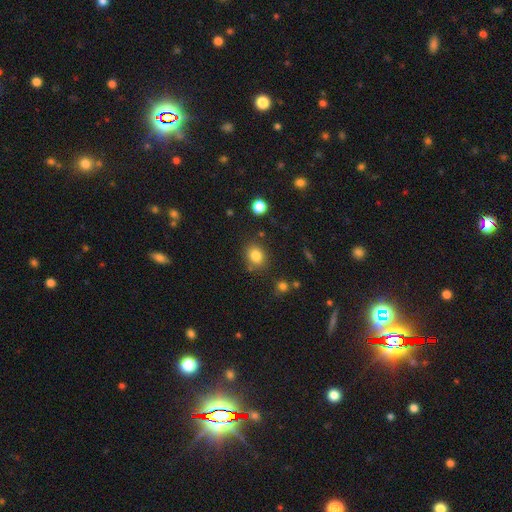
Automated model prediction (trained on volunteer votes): smooth 82%, star or artifact 11%, featured or disk 6%. Down the decision tree: how rounded — round (57%); merging — none (78%).